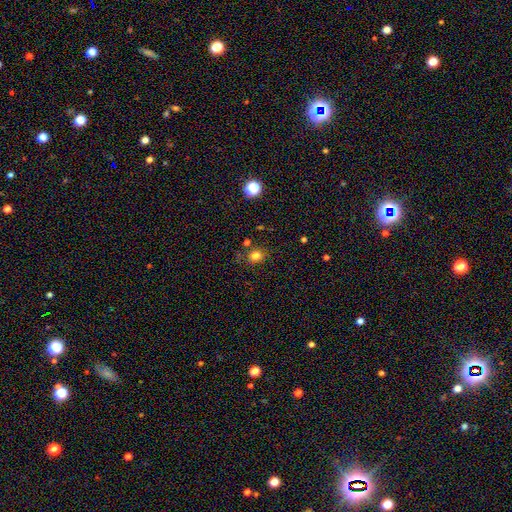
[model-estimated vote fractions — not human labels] Smooth or featured? Predicted: smooth (p=0.79). How rounded? Predicted: round (p=0.68). Merging? Predicted: none (p=0.77).